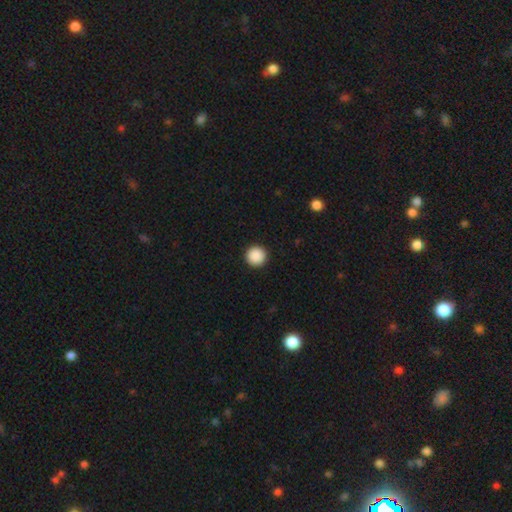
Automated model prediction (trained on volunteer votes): Smooth or featured? smooth (90%)
How rounded? round (96%)
Merging? none (94%)